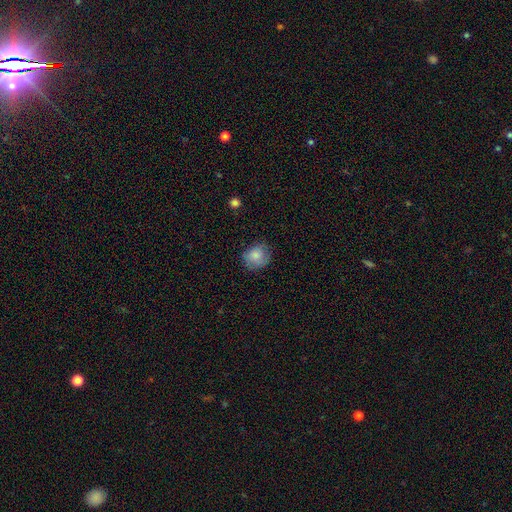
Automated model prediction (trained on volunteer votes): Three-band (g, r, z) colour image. It shows a smooth galaxy with no disk features (79%) that is round (71%). Merging: none (69%).